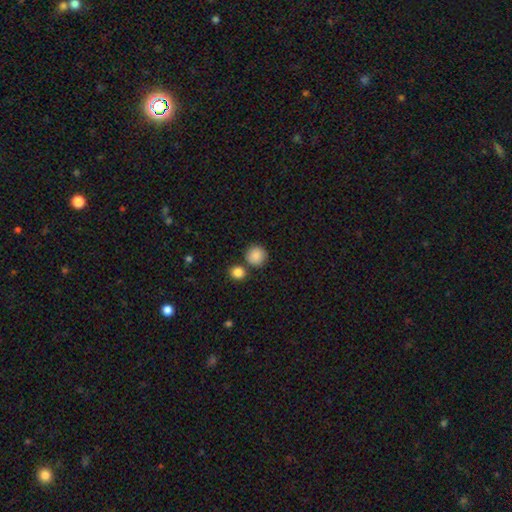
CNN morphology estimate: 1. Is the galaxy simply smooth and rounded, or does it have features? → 87% smooth, 8% star or artifact, 5% featured or disk.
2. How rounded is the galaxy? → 92% round, 7% in between, 1% cigar-shaped.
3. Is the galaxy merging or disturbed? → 76% none, 13% merger, 9% minor disturbance, 3% major disturbance.